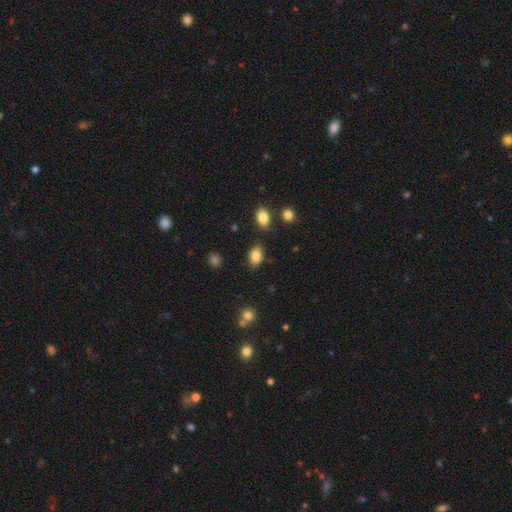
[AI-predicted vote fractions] Smooth or featured? Predicted: smooth (p=0.85). How rounded? Predicted: in between (p=0.87). Merging? Predicted: none (p=0.79).